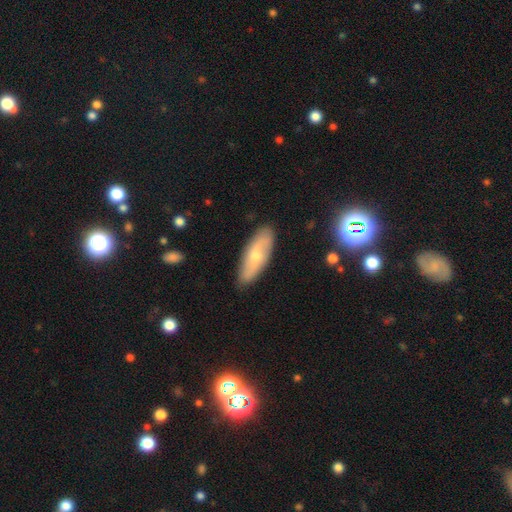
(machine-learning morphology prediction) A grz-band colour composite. It shows a featured or disk galaxy (48%). Merging: none (85%).